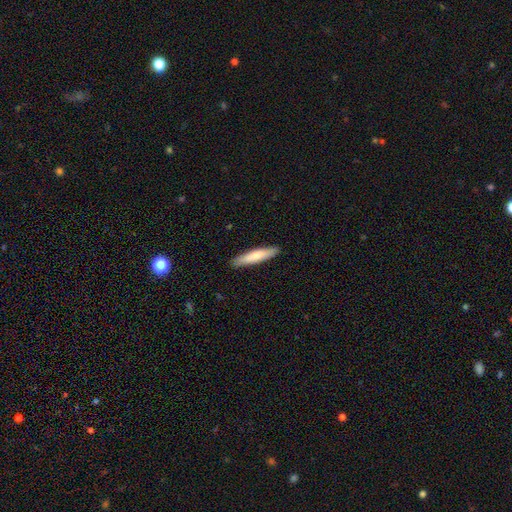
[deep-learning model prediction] A smooth galaxy with no disk features (75%) that is cigar-shaped (87%). Merging: none (90%).